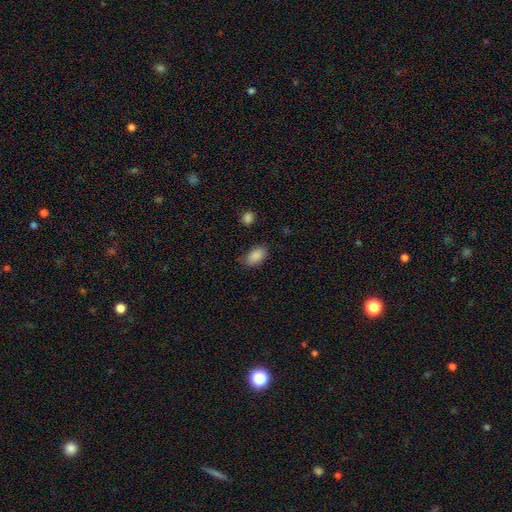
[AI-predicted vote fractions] smooth_or_featured: smooth (p=0.89) [alt: star or artifact p=0.08]
how_rounded: in between (p=0.91) [alt: round p=0.07]
merging: none (p=0.79) [alt: minor disturbance p=0.16]